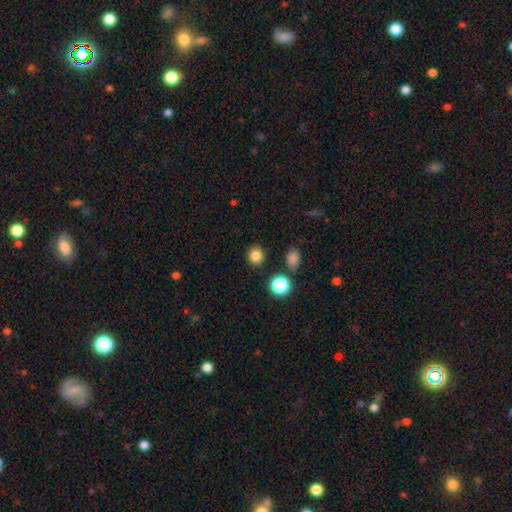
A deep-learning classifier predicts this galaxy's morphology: Smooth or featured: smooth — 82% (star or artifact — 13%)
How rounded: round — 87% (in between — 12%)
Merging: none — 88% (minor disturbance — 7%)